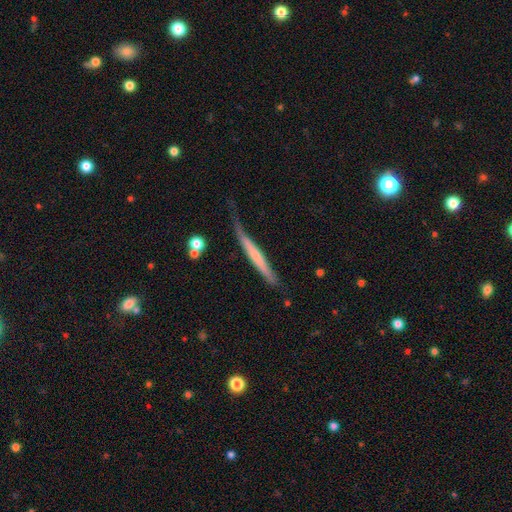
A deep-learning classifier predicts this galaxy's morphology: A featured or disk galaxy (49%).

Vote fractions:
- Smooth or featured? featured or disk: 49% / smooth: 46% / star or artifact: 5%
- Merging? none: 53% / minor disturbance: 31% / major disturbance: 12% / merger: 4%